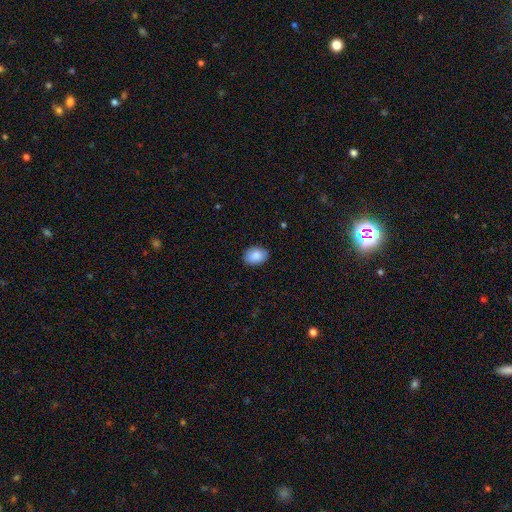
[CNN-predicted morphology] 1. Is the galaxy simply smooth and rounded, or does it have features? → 89% smooth, 7% star or artifact, 4% featured or disk.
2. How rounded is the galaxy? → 81% in between, 18% round, 1% cigar-shaped.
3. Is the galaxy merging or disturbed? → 87% none, 10% minor disturbance, 2% major disturbance, 1% merger.